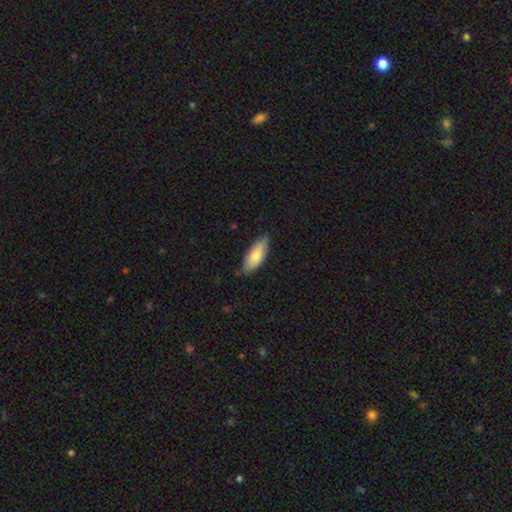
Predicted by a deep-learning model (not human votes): smooth_or_featured: smooth (p=0.78) [alt: featured or disk p=0.16]
how_rounded: in between (p=0.77) [alt: cigar-shaped p=0.21]
merging: none (p=0.81) [alt: minor disturbance p=0.16]